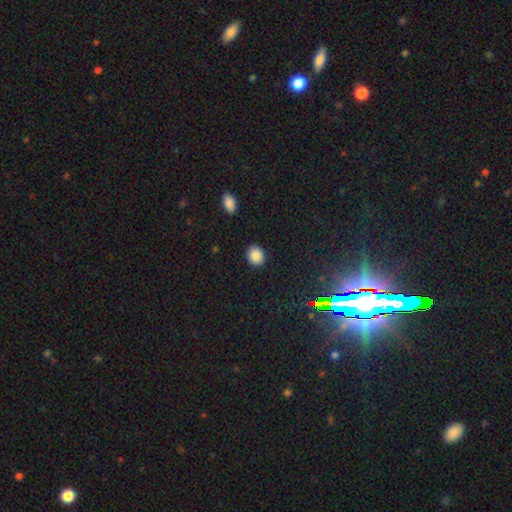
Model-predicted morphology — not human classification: Smooth or featured?
  - smooth: 87% *
  - star or artifact: 9%
  - featured or disk: 4%
How rounded?
  - round: 65% *
  - in between: 34%
  - cigar-shaped: 1%
Merging?
  - none: 89% *
  - minor disturbance: 7%
  - major disturbance: 2%
  - merger: 1%